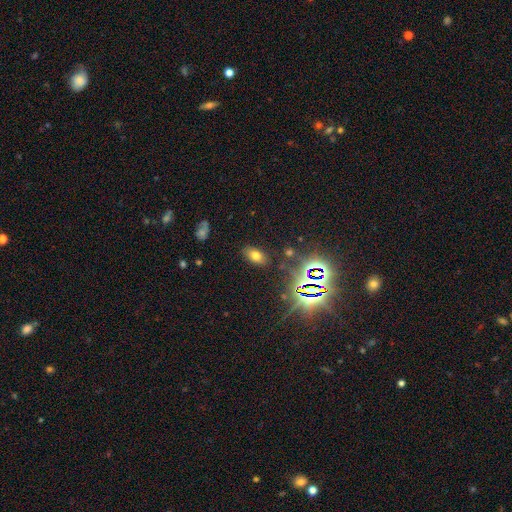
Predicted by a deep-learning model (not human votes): smooth_or_featured: smooth (p=0.63) [alt: star or artifact p=0.26]
how_rounded: in between (p=0.89) [alt: round p=0.08]
merging: none (p=0.85) [alt: minor disturbance p=0.10]